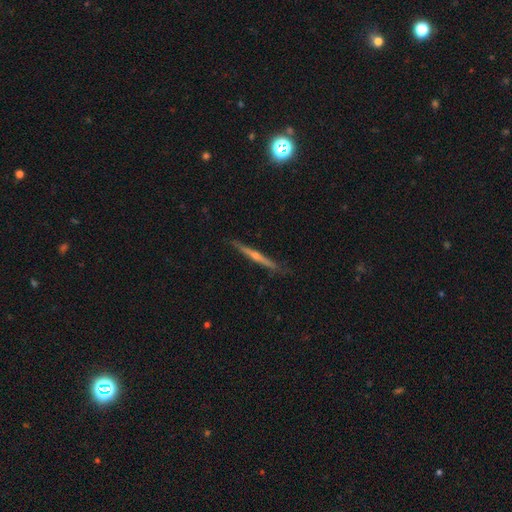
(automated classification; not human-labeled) The model was most divided on "smooth or featured": featured or disk: 73%, smooth: 21%, star or artifact: 7%. More confident: edge-on disk — yes (98%); merging — none (88%); edge-on bulge — rounded (74%).